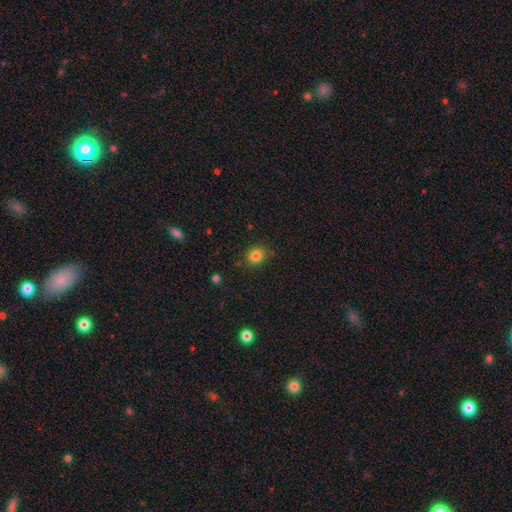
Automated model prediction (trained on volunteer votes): Smooth or featured: smooth — 83% (star or artifact — 12%)
How rounded: round — 71% (in between — 28%)
Merging: none — 85% (minor disturbance — 10%)